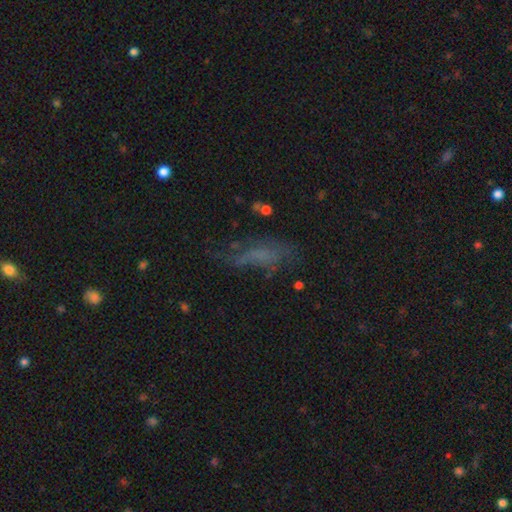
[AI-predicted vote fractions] This appears to be a smooth galaxy with no disk features (41%). Merging: none (51%).